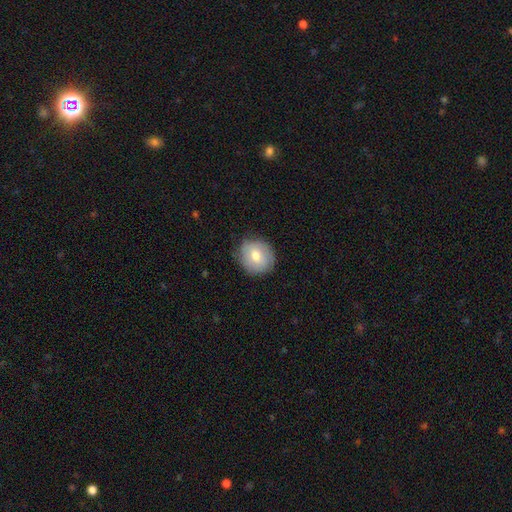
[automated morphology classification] Smooth or featured? smooth (68%)
How rounded? round (84%)
Merging? none (83%)